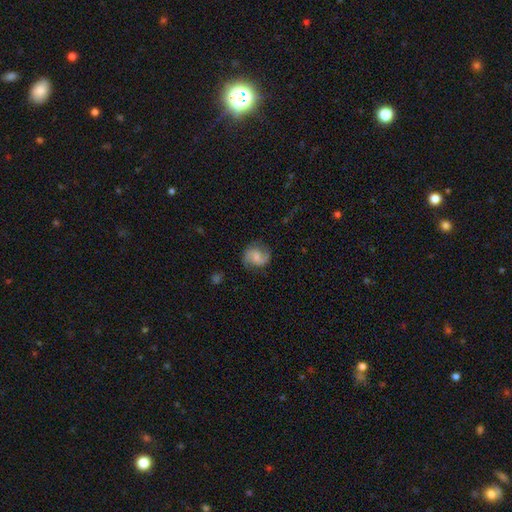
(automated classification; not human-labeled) smooth_or_featured: featured or disk (p=0.68) [alt: smooth p=0.24]
disk_edge_on: no (p=0.98) [alt: yes p=0.02]
bar: no (p=0.52) [alt: weak p=0.39]
has_spiral_arms: yes (p=0.94) [alt: no p=0.06]
spiral_winding: medium (p=0.47) [alt: loose p=0.33]
spiral_arm_count: 2 (p=0.90) [alt: can't tell p=0.05]
bulge_size: small (p=0.49) [alt: moderate p=0.34]
merging: none (p=0.79) [alt: minor disturbance p=0.15]